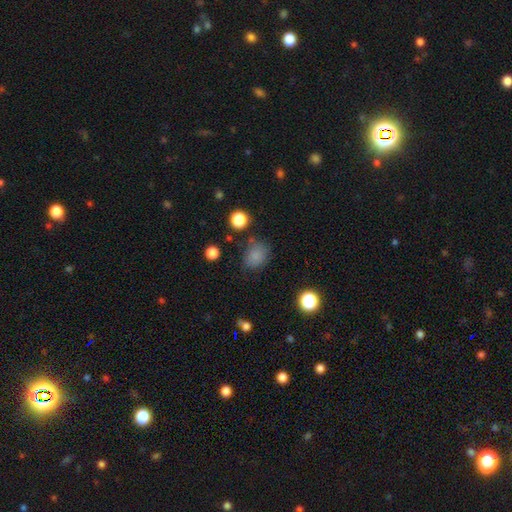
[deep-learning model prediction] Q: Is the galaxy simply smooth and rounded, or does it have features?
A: smooth — 81%.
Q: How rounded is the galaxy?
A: round — 56%.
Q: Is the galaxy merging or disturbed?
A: none — 72%.